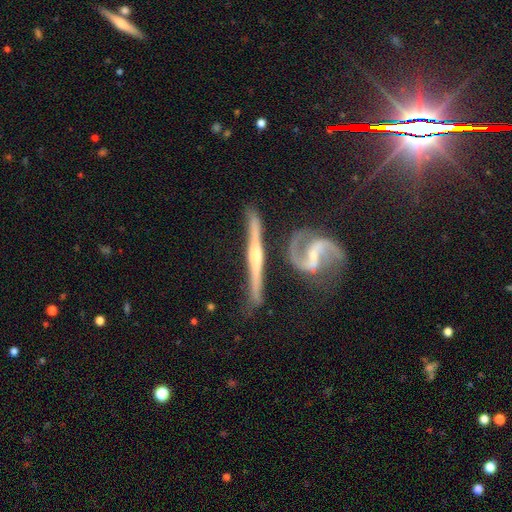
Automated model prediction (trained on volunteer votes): A featured or disk galaxy (83%) viewed edge-on (87%) with a rounded central bulge (65%).

Vote fractions:
- Smooth or featured? featured or disk: 83% / smooth: 12% / star or artifact: 5%
- Edge-on disk? yes: 87% / no: 13%
- Edge-on bulge? rounded: 65% / none: 25% / boxy: 10%
- Merging? none: 62% / minor disturbance: 17% / merger: 15% / major disturbance: 6%